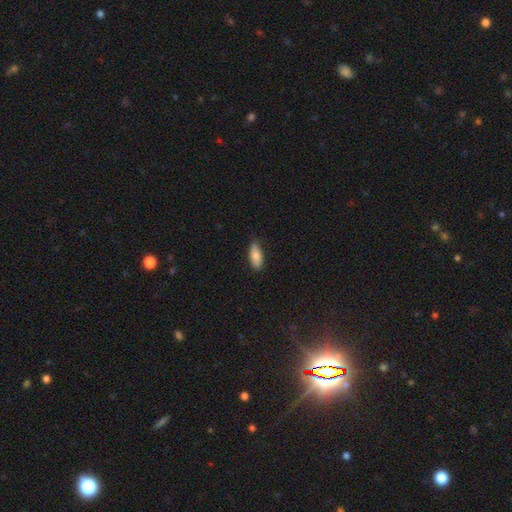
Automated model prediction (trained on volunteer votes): Morphology: type=smooth (79%); roundness=in between (84%); merging=none (78%).